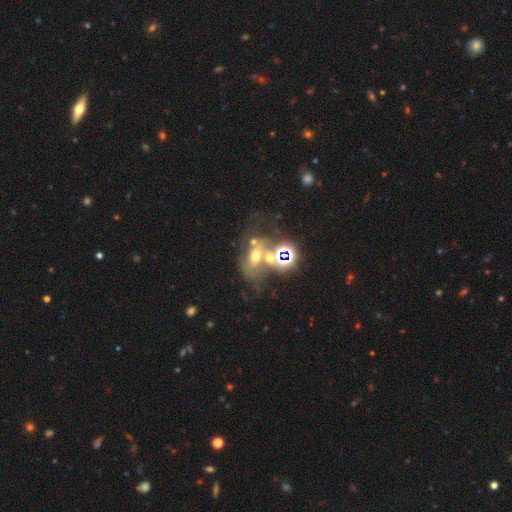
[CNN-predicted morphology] This appears to be a smooth galaxy with no disk features (36%). Merging: merger (42%).